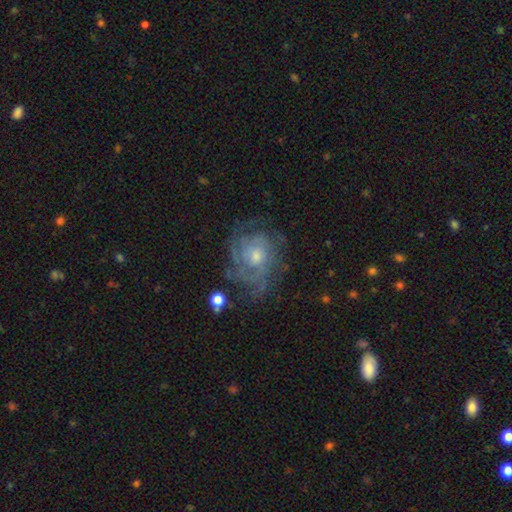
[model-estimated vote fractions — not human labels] The model was most divided on "bulge size": small: 48%, moderate: 45%, large: 3%, none: 2%, dominant: 1%. Remaining: edge-on disk — no (97%); spiral arms — yes (92%); smooth or featured — featured or disk (81%); bar — no (79%); merging — none (65%); spiral winding — tight (58%); spiral arm count — can't tell (39%).